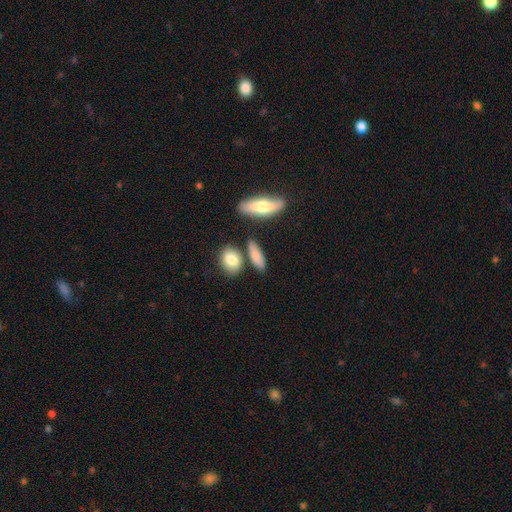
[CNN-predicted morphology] smooth_or_featured: smooth (p=0.78) [alt: featured or disk p=0.14]
how_rounded: in between (p=0.55) [alt: cigar-shaped p=0.36]
merging: none (p=0.72) [alt: minor disturbance p=0.13]